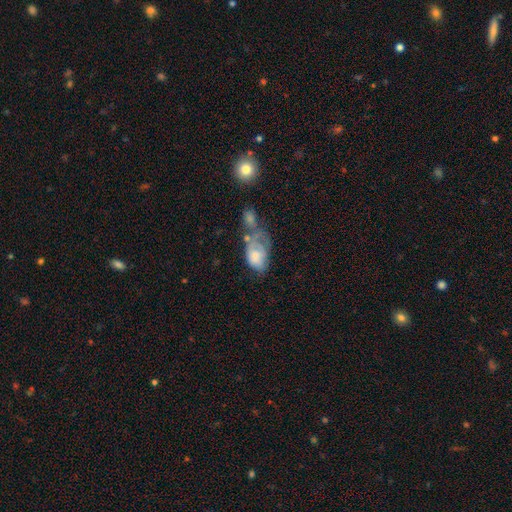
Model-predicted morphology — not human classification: smooth 59%, featured or disk 34%, star or artifact 7%. Down the decision tree: how rounded — in between (90%); merging — merger (33%).